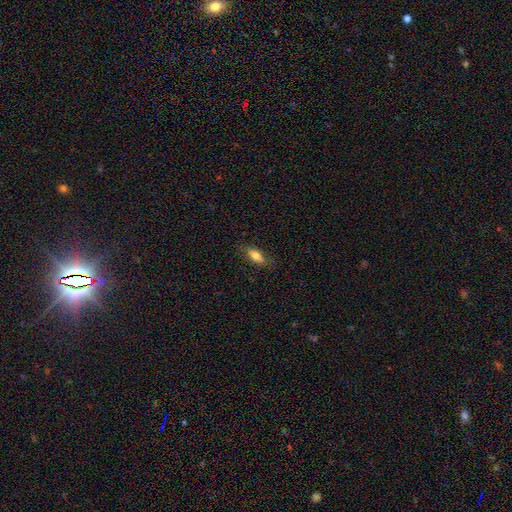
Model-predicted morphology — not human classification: smooth-or-featured: smooth: 72% | featured or disk: 20% | star or artifact: 8%
  how-rounded: in between: 72% | cigar-shaped: 25% | round: 3%
  merging: none: 81% | minor disturbance: 14% | major disturbance: 3% | merger: 1%